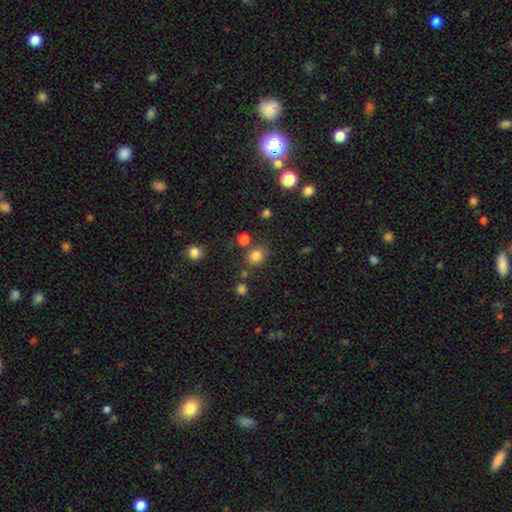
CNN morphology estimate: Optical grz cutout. It shows a smooth galaxy with no disk features (81%) that is round (74%). Merging: none (75%).